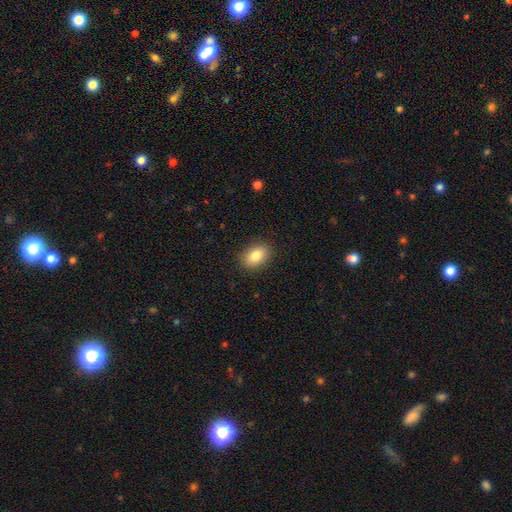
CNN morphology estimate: Overall: smooth (84%). How rounded: in between (84%). Merging: none (88%).